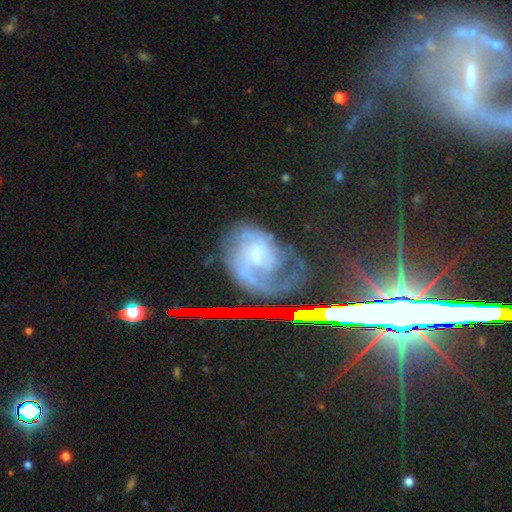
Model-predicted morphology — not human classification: featured or disk 65%, smooth 19%, star or artifact 15%. Down the decision tree: edge-on disk — no (97%); bar — no (58%); spiral arms — yes (82%); spiral arm count — 2 (32%); spiral winding — medium (40%); bulge size — none (30%); merging — none (42%).